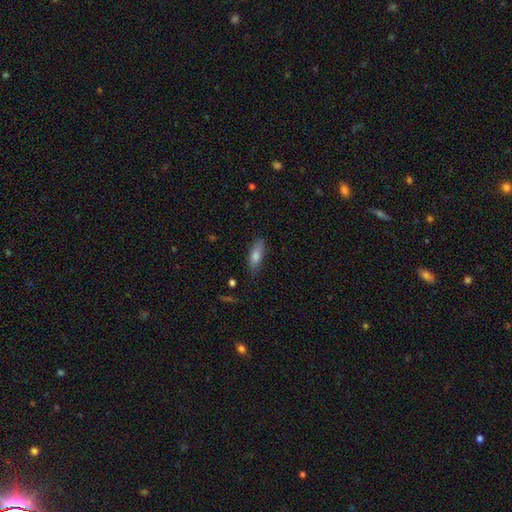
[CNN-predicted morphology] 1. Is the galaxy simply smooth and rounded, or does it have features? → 72% smooth, 19% featured or disk, 8% star or artifact.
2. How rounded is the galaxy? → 54% in between, 44% cigar-shaped, 3% round.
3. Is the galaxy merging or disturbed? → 80% none, 16% minor disturbance, 3% major disturbance, 1% merger.